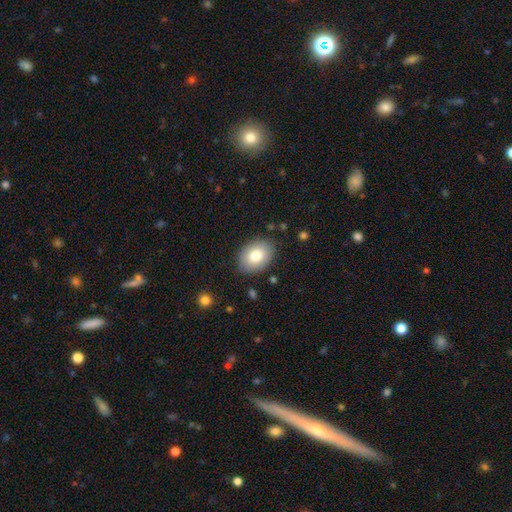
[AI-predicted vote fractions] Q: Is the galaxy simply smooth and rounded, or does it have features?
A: smooth — 79%.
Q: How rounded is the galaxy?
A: in between — 78%.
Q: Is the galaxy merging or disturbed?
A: none — 84%.